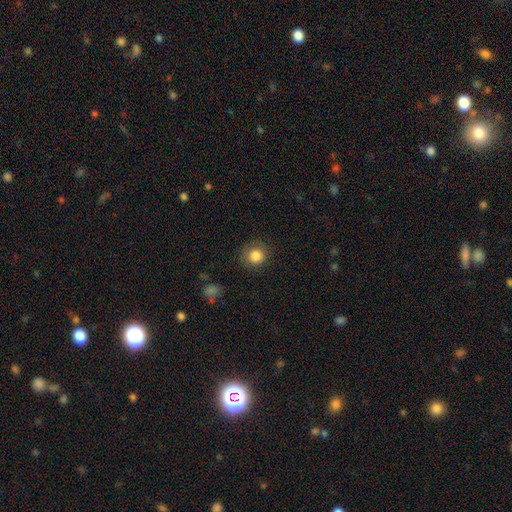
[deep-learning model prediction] Smooth or featured? smooth (85%)
How rounded? round (89%)
Merging? none (81%)